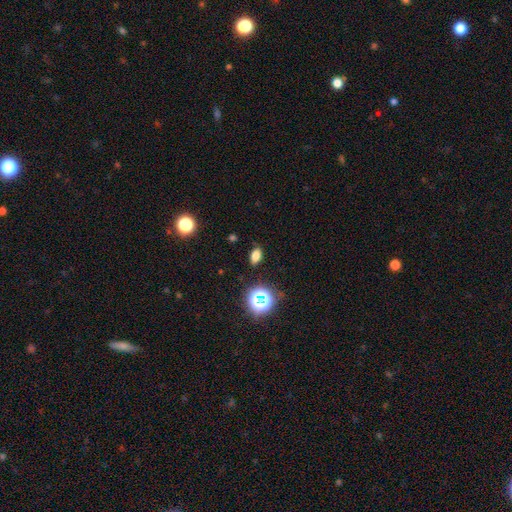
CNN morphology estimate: smooth-or-featured: smooth: 74% | star or artifact: 19% | featured or disk: 6%
  how-rounded: in between: 85% | round: 13% | cigar-shaped: 2%
  merging: none: 86% | minor disturbance: 10% | major disturbance: 3% | merger: 1%